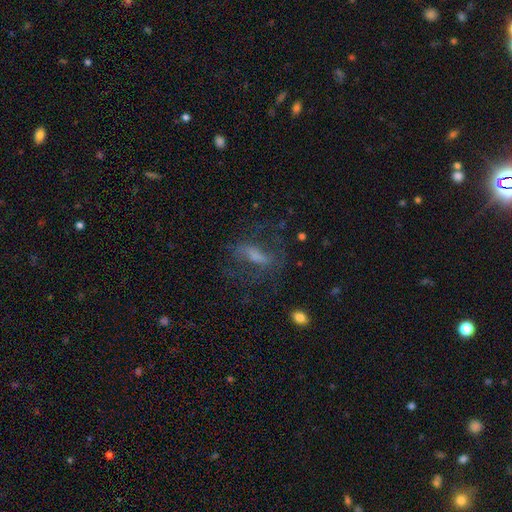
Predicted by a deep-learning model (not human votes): Smooth or featured? Predicted: featured or disk (p=0.52). Edge-on disk? Predicted: no (p=0.85). Merging? Predicted: none (p=0.56).